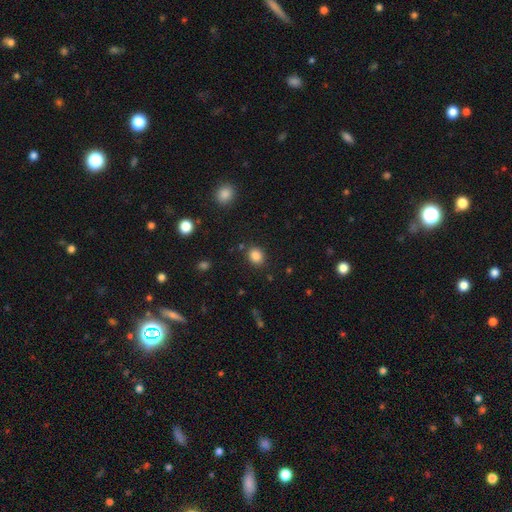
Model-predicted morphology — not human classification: smooth_or_featured: smooth (p=0.85) [alt: star or artifact p=0.11]
how_rounded: round (p=0.67) [alt: in between p=0.32]
merging: none (p=0.85) [alt: minor disturbance p=0.09]